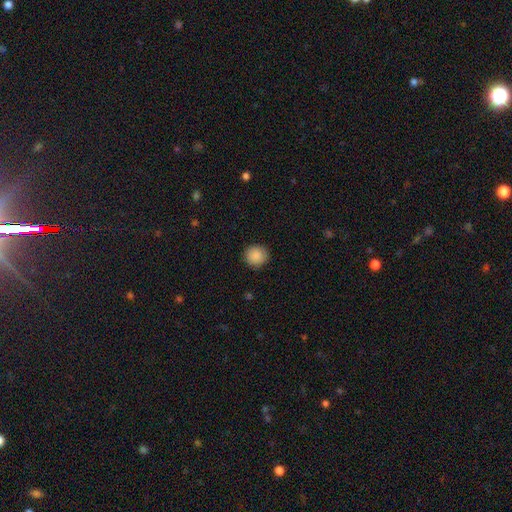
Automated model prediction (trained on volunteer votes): Q: Smooth or featured?
A: smooth (89%); runner-up: star or artifact (8%)
Q: How rounded?
A: round (89%); runner-up: in between (10%)
Q: Merging?
A: none (90%); runner-up: minor disturbance (7%)